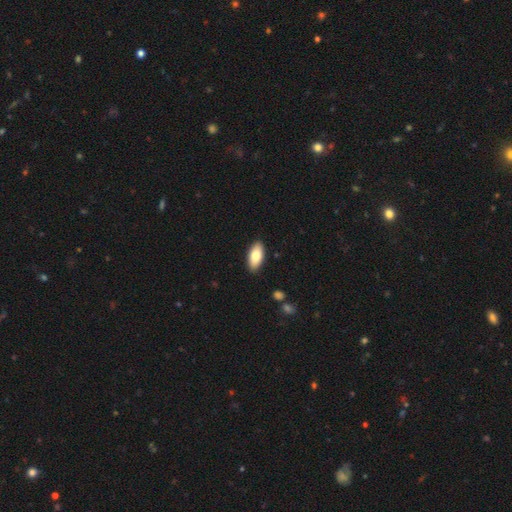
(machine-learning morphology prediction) smooth_or_featured: smooth (p=0.78) [alt: featured or disk p=0.15]
how_rounded: in between (p=0.89) [alt: cigar-shaped p=0.09]
merging: none (p=0.89) [alt: minor disturbance p=0.08]